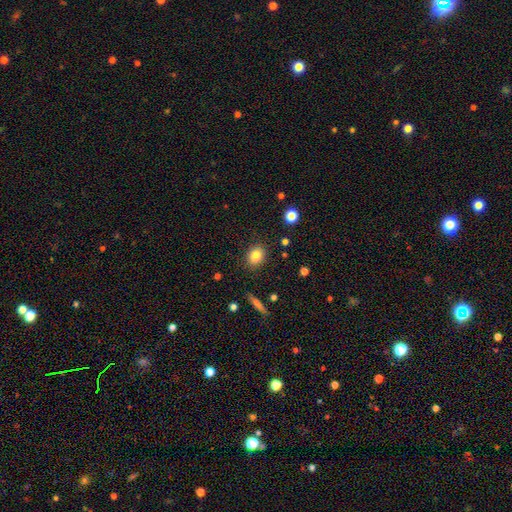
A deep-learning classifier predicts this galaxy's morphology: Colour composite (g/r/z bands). It shows a smooth galaxy with no disk features (83%) that is in between round and cigar-shaped (52%). Merging: none (87%).